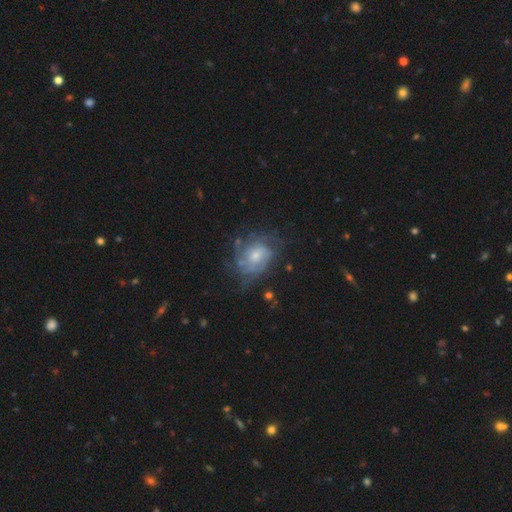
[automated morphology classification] smooth_or_featured: featured or disk (p=0.73) [alt: smooth p=0.19]
disk_edge_on: no (p=0.97) [alt: yes p=0.03]
bar: no (p=0.70) [alt: weak p=0.26]
has_spiral_arms: yes (p=0.84) [alt: no p=0.16]
spiral_winding: tight (p=0.50) [alt: medium p=0.36]
spiral_arm_count: can't tell (p=0.50) [alt: 2 p=0.15]
bulge_size: small (p=0.50) [alt: moderate p=0.42]
merging: none (p=0.56) [alt: minor disturbance p=0.23]